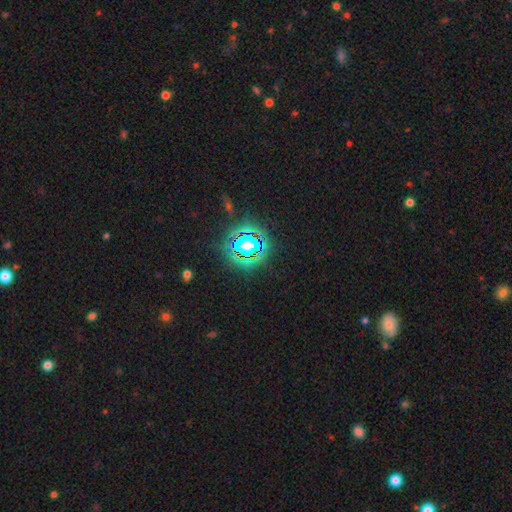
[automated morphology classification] The model was most divided on "smooth or featured": star or artifact: 82%, smooth: 11%, featured or disk: 7%.